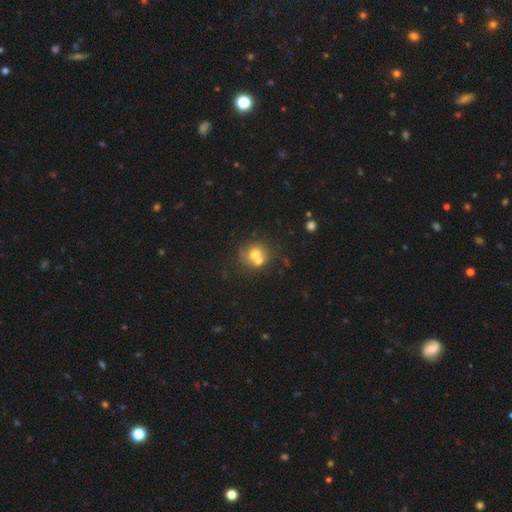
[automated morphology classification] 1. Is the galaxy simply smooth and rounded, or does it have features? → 63% smooth, 25% featured or disk, 12% star or artifact.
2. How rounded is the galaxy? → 79% round, 20% in between, 1% cigar-shaped.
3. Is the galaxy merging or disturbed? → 47% merger, 39% none, 9% minor disturbance, 5% major disturbance.